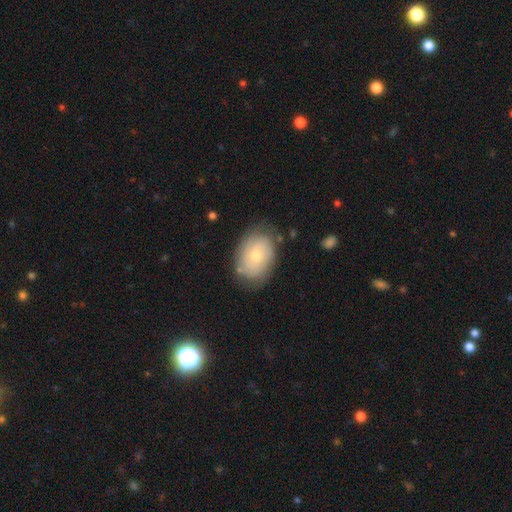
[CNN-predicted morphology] This is possibly a featured or disk galaxy (51%). It is clearly not viewed edge-on (96%). Merging: likely none (74%).